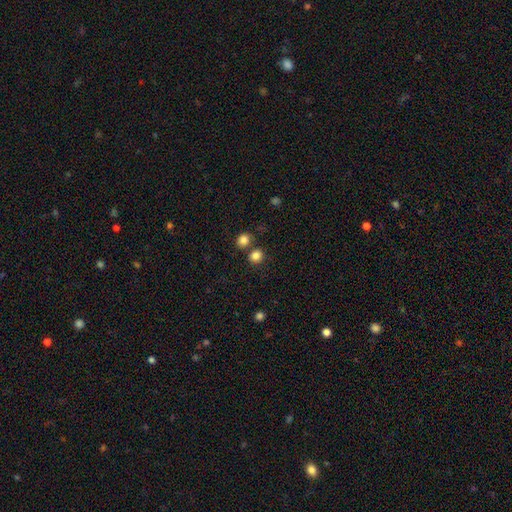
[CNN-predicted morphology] Smooth or featured? Predicted: smooth (p=0.84). How rounded? Predicted: round (p=0.81). Merging? Predicted: none (p=0.72).